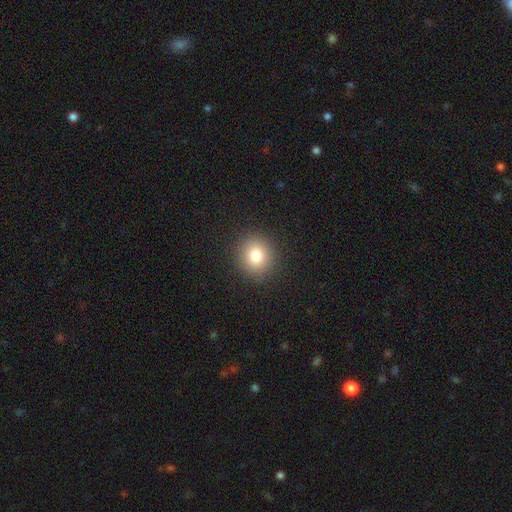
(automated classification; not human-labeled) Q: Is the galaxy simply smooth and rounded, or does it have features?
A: smooth — 80%.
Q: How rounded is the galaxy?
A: round — 87%.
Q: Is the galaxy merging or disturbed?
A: none — 91%.